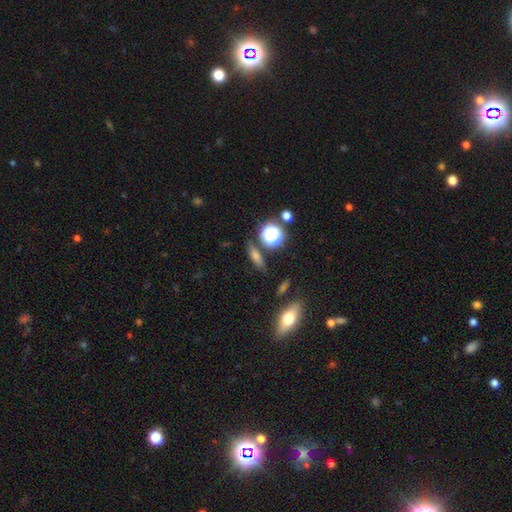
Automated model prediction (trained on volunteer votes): A smooth galaxy with no disk features (49%). Merging: none (81%).